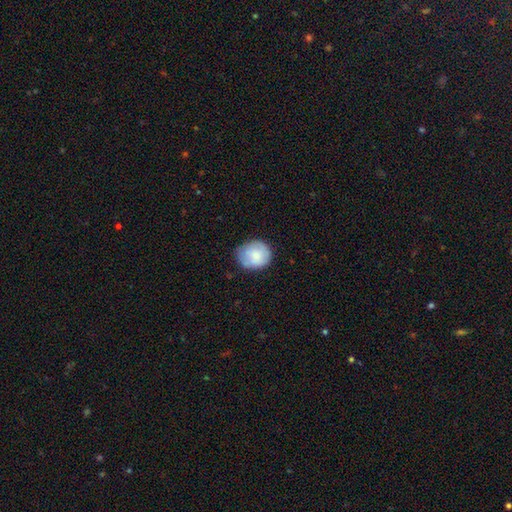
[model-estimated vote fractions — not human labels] Smooth or featured? Predicted: smooth (p=0.72). How rounded? Predicted: round (p=0.74). Merging? Predicted: none (p=0.70).